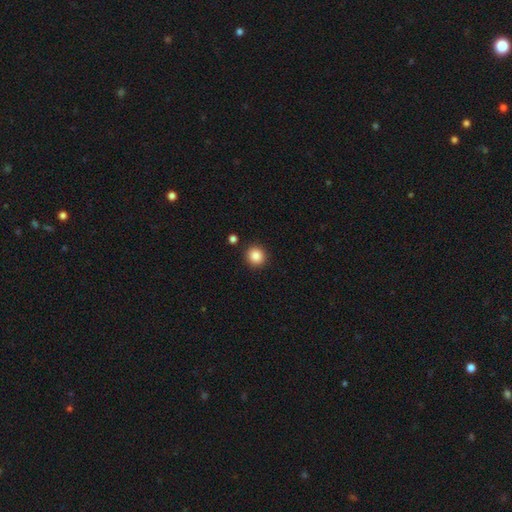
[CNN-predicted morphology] Smooth or featured?
  - smooth: 86% *
  - star or artifact: 10%
  - featured or disk: 4%
How rounded?
  - round: 91% *
  - in between: 8%
  - cigar-shaped: 1%
Merging?
  - none: 90% *
  - minor disturbance: 6%
  - merger: 2%
  - major disturbance: 2%